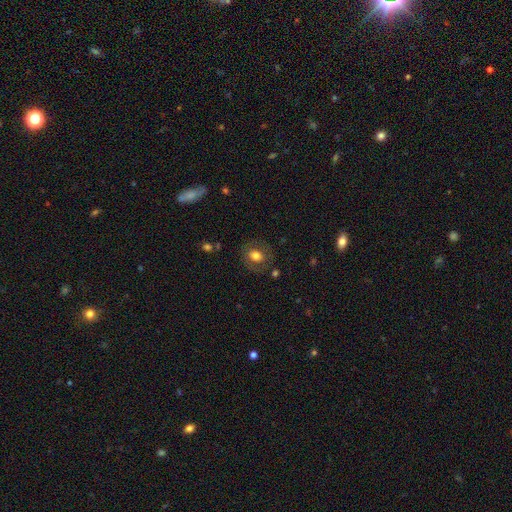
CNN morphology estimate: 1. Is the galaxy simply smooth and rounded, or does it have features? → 66% smooth, 26% featured or disk, 9% star or artifact.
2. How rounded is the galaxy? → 66% round, 33% in between, 1% cigar-shaped.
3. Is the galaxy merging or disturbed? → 80% none, 12% minor disturbance, 6% major disturbance, 2% merger.